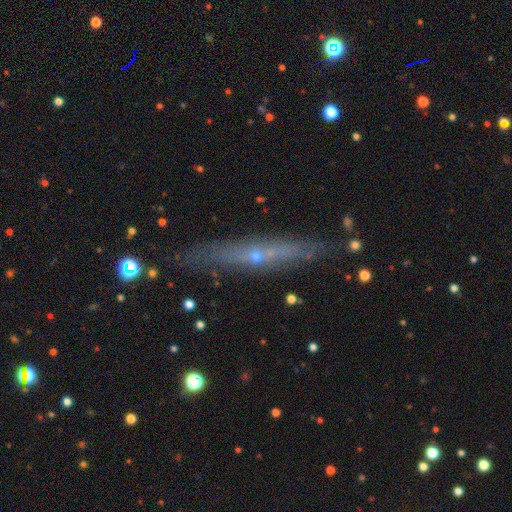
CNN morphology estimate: This is possibly a featured or disk galaxy (58%). It is likely viewed edge-on (79%). Merging: likely none (78%).